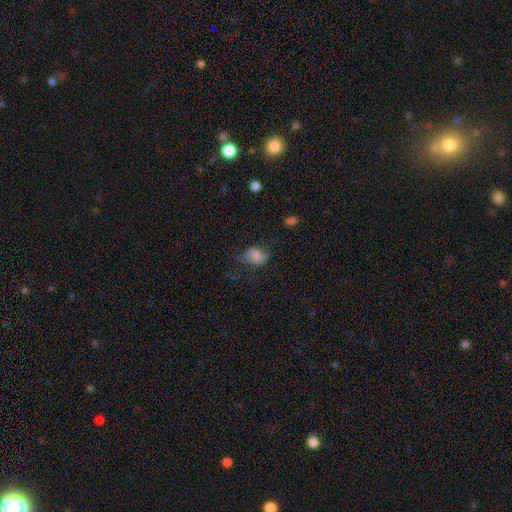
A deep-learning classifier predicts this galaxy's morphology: smooth_or_featured: smooth (p=0.62) [alt: featured or disk p=0.25]
how_rounded: in between (p=0.72) [alt: round p=0.26]
merging: none (p=0.39) [alt: major disturbance p=0.29]